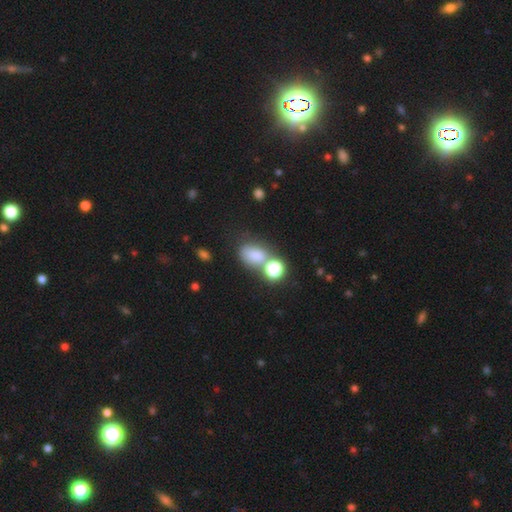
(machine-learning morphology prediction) smooth 74%, star or artifact 16%, featured or disk 10%. Down the decision tree: how rounded — in between (70%); merging — none (44%).